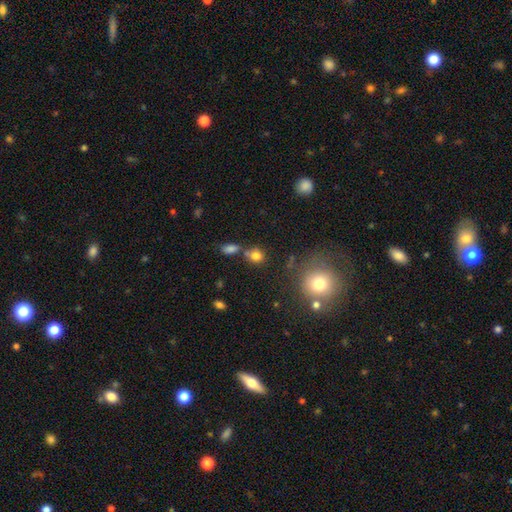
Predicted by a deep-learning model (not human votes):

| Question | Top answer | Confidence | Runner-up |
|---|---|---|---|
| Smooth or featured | smooth | 77% | star or artifact (14%) |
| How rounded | round | 72% | in between (27%) |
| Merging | none | 57% | merger (26%) |